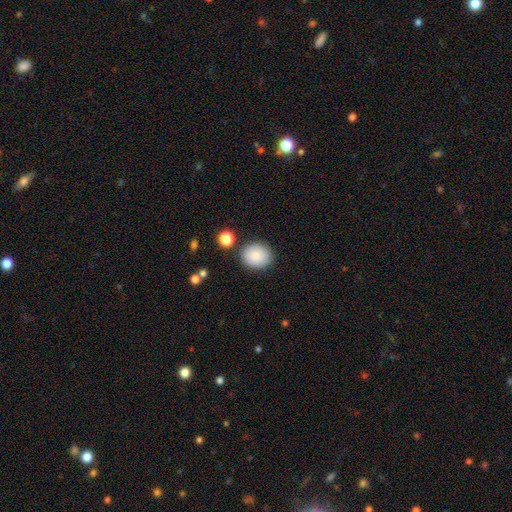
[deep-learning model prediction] A smooth galaxy with no disk features (87%) that is round (68%).

Vote fractions:
- Smooth or featured? smooth: 87% / star or artifact: 8% / featured or disk: 5%
- How rounded? round: 68% / in between: 31% / cigar-shaped: 1%
- Merging? none: 83% / minor disturbance: 10% / merger: 4% / major disturbance: 3%